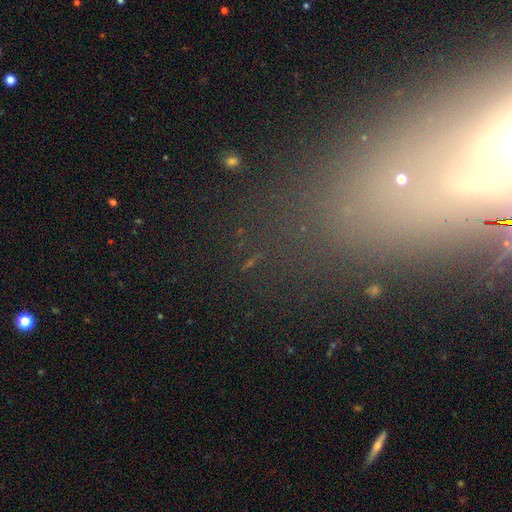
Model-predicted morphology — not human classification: Smooth or featured: star or artifact — 54% (smooth — 27%)